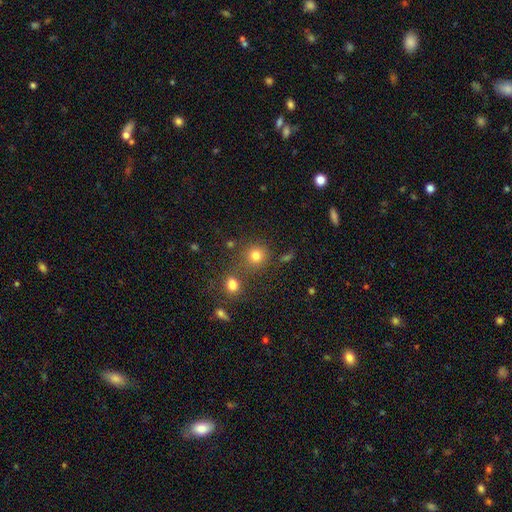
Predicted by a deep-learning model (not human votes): Smooth or featured?
  - smooth: 77% *
  - star or artifact: 16%
  - featured or disk: 7%
How rounded?
  - round: 88% *
  - in between: 11%
  - cigar-shaped: 1%
Merging?
  - none: 70% *
  - merger: 15%
  - minor disturbance: 10%
  - major disturbance: 5%